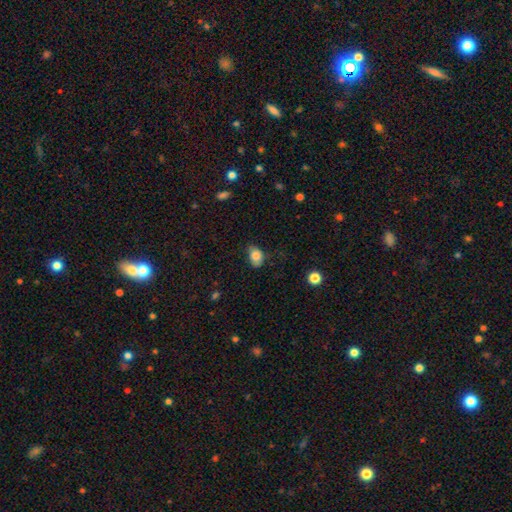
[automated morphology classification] type=smooth (82%); roundness=in between (79%); merging=none (60%).